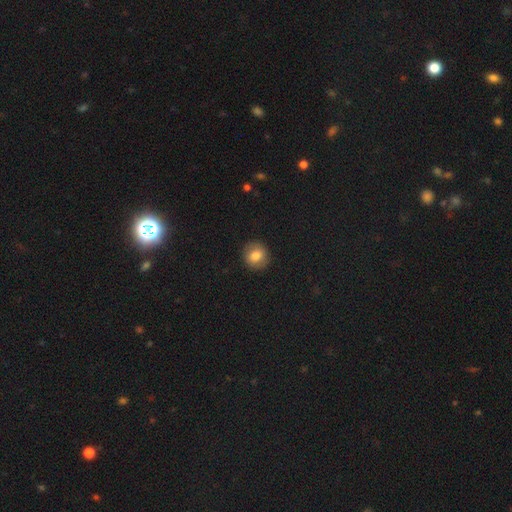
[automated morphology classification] This appears to be a smooth galaxy with no disk features (76%) that is round (87%). Merging: none (89%).